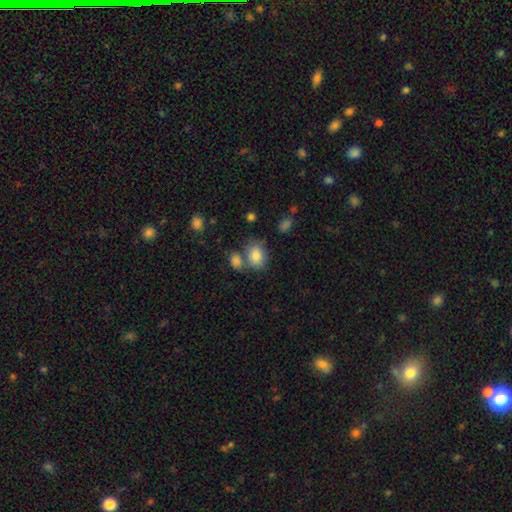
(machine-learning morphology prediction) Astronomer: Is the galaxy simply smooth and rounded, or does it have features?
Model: smooth — 81%.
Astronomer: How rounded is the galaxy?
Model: in between — 61% (runner-up: round, 38%).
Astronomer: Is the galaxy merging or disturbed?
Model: none — 52% (runner-up: merger, 29%).